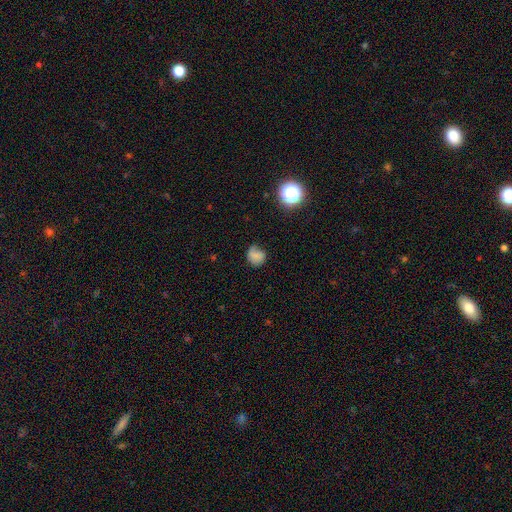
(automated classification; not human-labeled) Morphology: type=smooth (71%); roundness=round (71%); merging=none (54%).